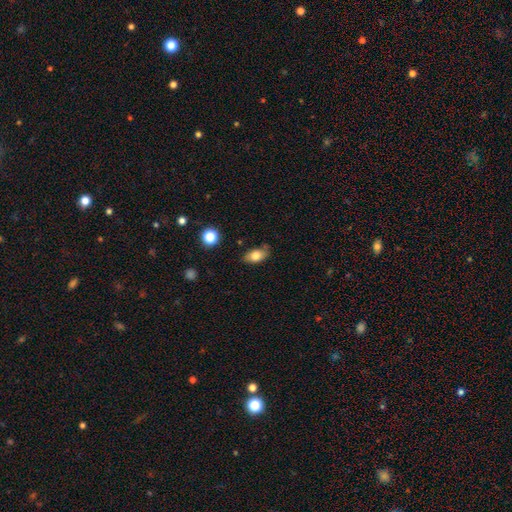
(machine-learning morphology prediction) A smooth galaxy with no disk features (80%) that is in between round and cigar-shaped (89%). Merging: none (76%).